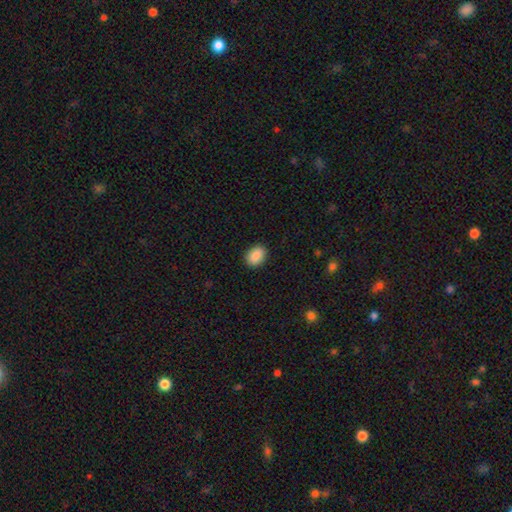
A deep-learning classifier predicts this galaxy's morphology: A smooth galaxy with no disk features (90%) that is in between round and cigar-shaped (74%).

Vote fractions:
- Smooth or featured? smooth: 90% / star or artifact: 8% / featured or disk: 3%
- How rounded? in between: 74% / round: 25% / cigar-shaped: 1%
- Merging? none: 89% / minor disturbance: 8% / major disturbance: 2% / merger: 1%